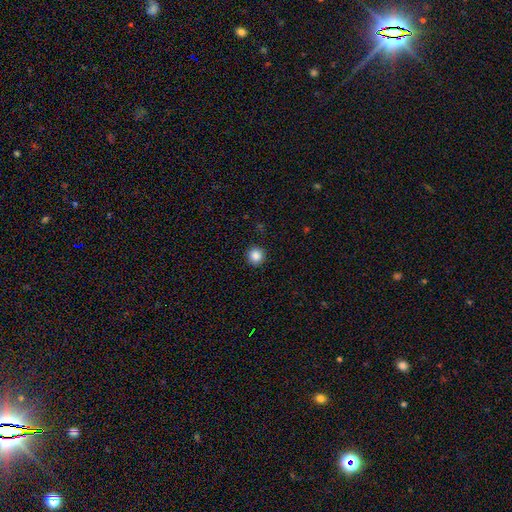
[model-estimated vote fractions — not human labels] Morphology: type=smooth (86%); roundness=round (95%); merging=none (92%).